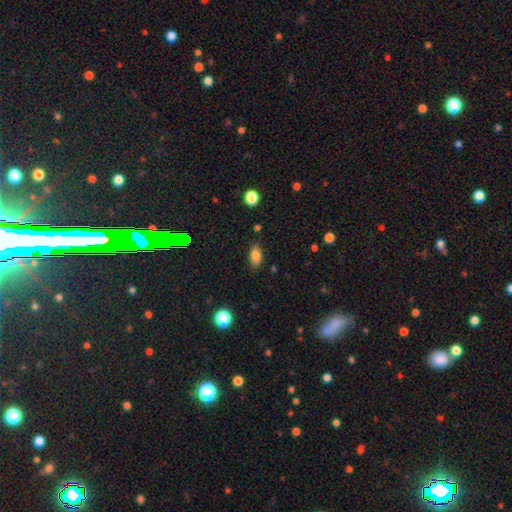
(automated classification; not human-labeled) Morphology: type=smooth (83%); roundness=in between (88%); merging=none (82%).